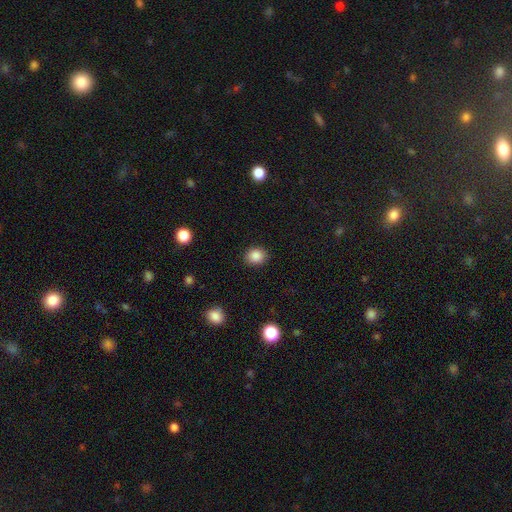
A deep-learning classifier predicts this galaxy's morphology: Smooth or featured? Predicted: smooth (p=0.86). How rounded? Predicted: round (p=0.64). Merging? Predicted: none (p=0.89).